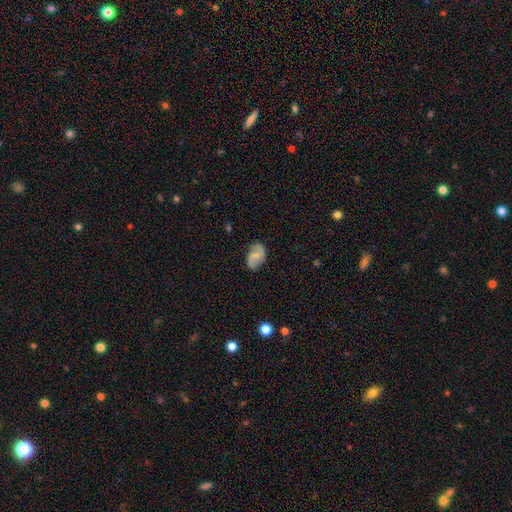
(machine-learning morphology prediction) The model was most divided on "bulge size": small: 41%, none: 35%, moderate: 20%, large: 2%, dominant: 1%. Remaining: edge-on disk — no (97%); spiral arms — yes (91%); spiral arm count — 2 (90%); merging — none (77%); smooth or featured — featured or disk (59%); bar — weak (49%); spiral winding — loose (49%).